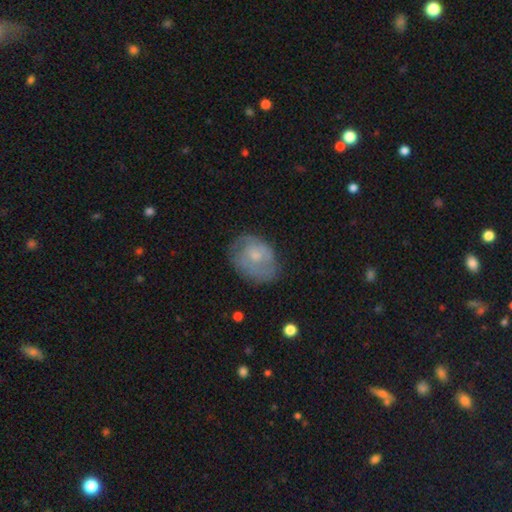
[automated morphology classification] smooth-or-featured: smooth: 49% | featured or disk: 44% | star or artifact: 7%
  merging: none: 60% | minor disturbance: 27% | major disturbance: 11% | merger: 2%